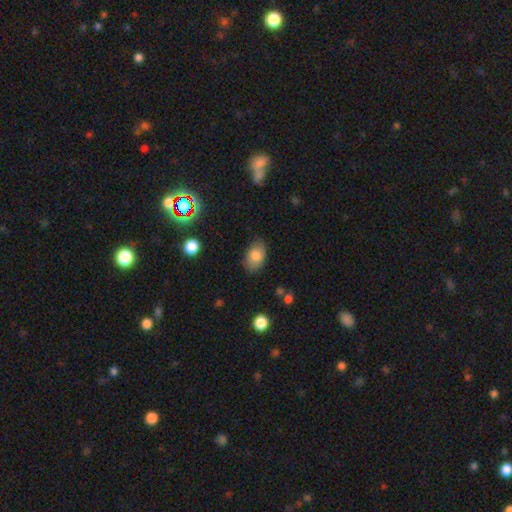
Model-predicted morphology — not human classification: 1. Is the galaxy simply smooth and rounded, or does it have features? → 81% smooth, 11% featured or disk, 8% star or artifact.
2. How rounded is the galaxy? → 88% in between, 11% round, 1% cigar-shaped.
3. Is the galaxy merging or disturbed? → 80% none, 15% minor disturbance, 3% major disturbance, 1% merger.